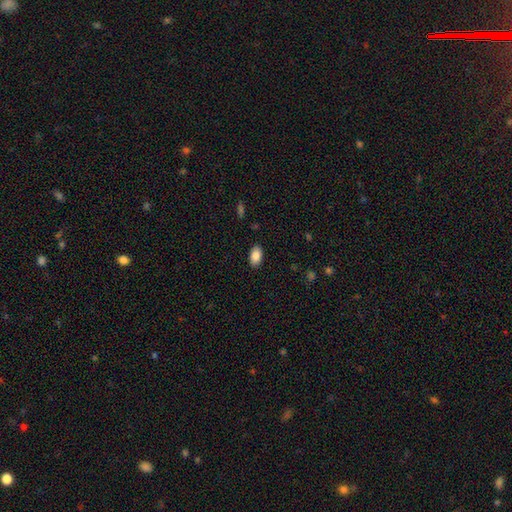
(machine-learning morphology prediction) A smooth galaxy with no disk features (86%) that is in between round and cigar-shaped (93%). Merging: none (88%).